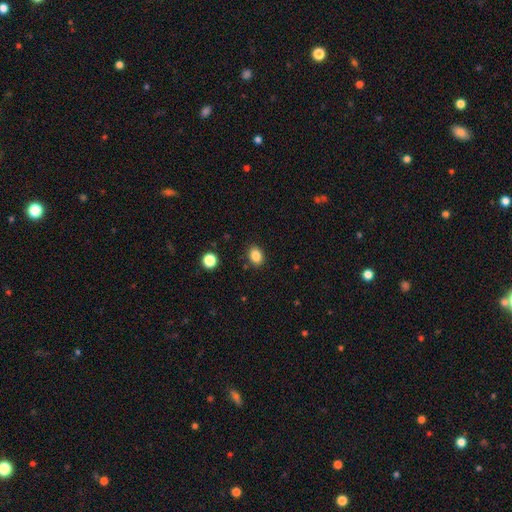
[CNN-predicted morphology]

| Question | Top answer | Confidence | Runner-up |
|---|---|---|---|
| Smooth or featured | smooth | 85% | star or artifact (10%) |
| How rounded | in between | 66% | round (33%) |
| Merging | none | 86% | minor disturbance (9%) |